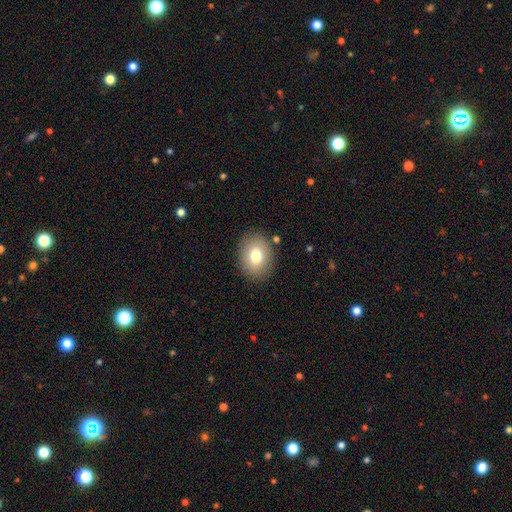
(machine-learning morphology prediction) smooth_or_featured: smooth (p=0.77) [alt: featured or disk p=0.14]
how_rounded: in between (p=0.62) [alt: round p=0.38]
merging: none (p=0.85) [alt: minor disturbance p=0.10]